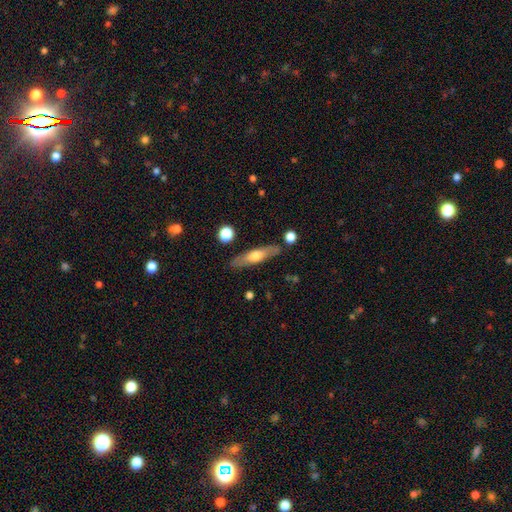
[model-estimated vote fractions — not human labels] Smooth or featured? smooth (51%)
How rounded? cigar-shaped (72%)
Merging? none (84%)